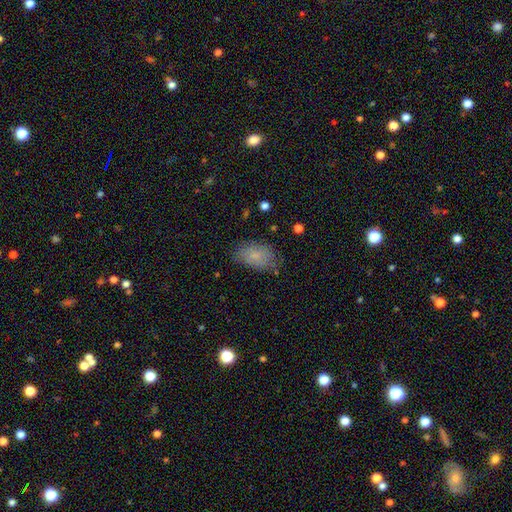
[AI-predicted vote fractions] This appears to be a smooth galaxy with no disk features (75%) that is in between round and cigar-shaped (90%). Merging: none (67%).